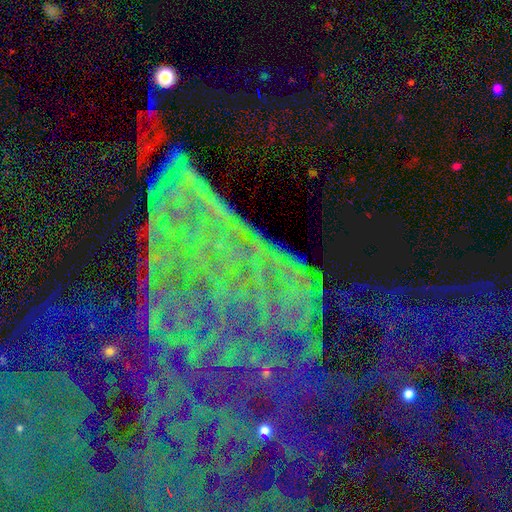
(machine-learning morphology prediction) Overall: star or artifact (77%).